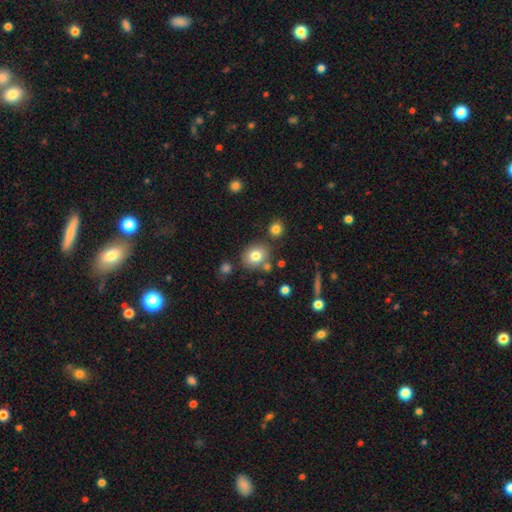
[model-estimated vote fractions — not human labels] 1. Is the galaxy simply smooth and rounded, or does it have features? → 79% smooth, 11% star or artifact, 10% featured or disk.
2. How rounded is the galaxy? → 69% round, 30% in between, 1% cigar-shaped.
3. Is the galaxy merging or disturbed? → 75% none, 12% minor disturbance, 9% merger, 4% major disturbance.